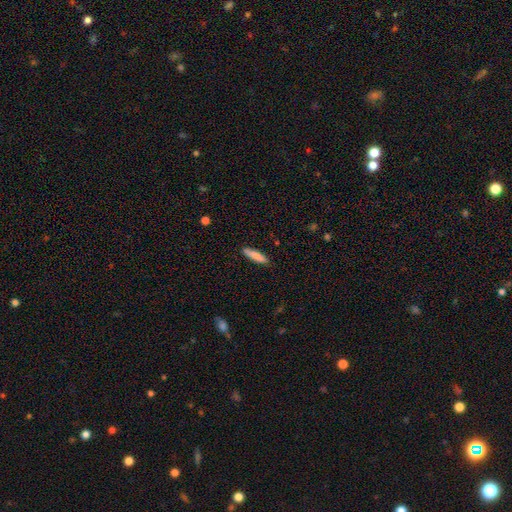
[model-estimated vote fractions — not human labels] Smooth or featured? smooth (85%)
How rounded? cigar-shaped (83%)
Merging? none (88%)